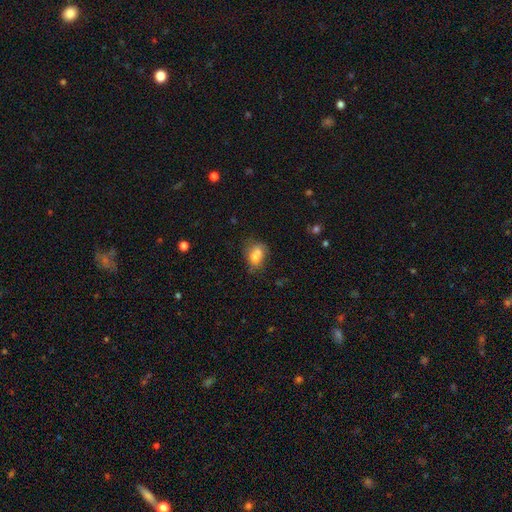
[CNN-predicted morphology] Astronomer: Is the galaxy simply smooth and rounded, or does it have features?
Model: smooth — 69%.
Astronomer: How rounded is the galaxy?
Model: in between — 68%.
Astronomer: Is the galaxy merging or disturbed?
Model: none — 39% (runner-up: merger, 31%).